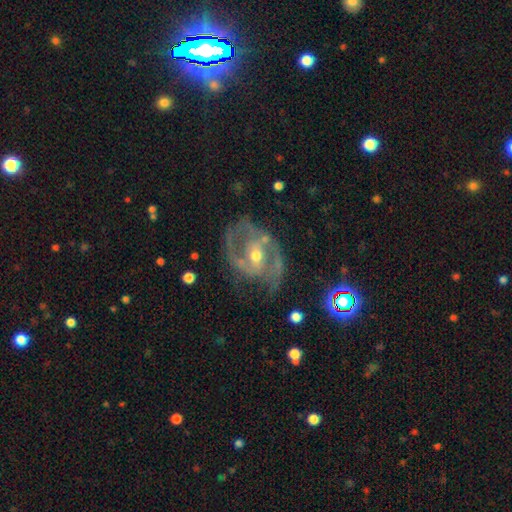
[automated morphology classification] Overall: featured or disk (85%). Edge-on disk: no (97%). Bar: weak (40%; no 38%). Spiral arms: yes (86%). Spiral arm count: 2 (73%). Spiral winding: medium (50%; tight 31%). Bulge size: moderate (63%; small 32%). Merging: none (59%; minor disturbance 22%).